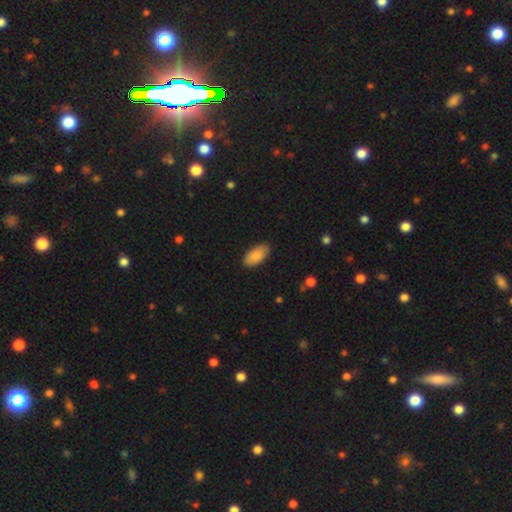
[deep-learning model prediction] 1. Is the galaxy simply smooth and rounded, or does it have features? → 86% smooth, 8% featured or disk, 6% star or artifact.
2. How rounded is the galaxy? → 94% in between, 4% cigar-shaped, 2% round.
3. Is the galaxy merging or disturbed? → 86% none, 11% minor disturbance, 2% major disturbance, 1% merger.